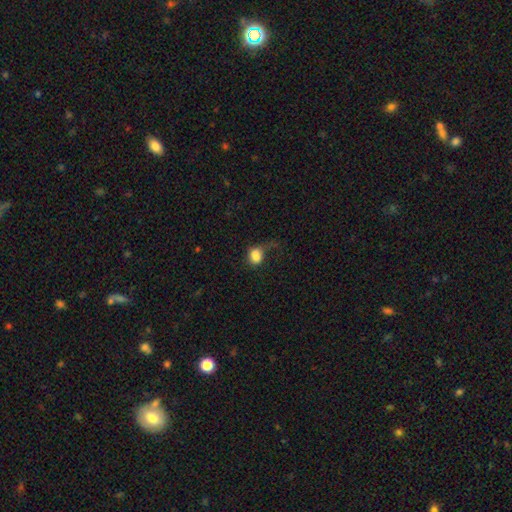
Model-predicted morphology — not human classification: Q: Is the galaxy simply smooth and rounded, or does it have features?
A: smooth — 80%.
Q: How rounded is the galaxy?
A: round — 50%.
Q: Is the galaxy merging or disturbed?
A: major disturbance — 38%.